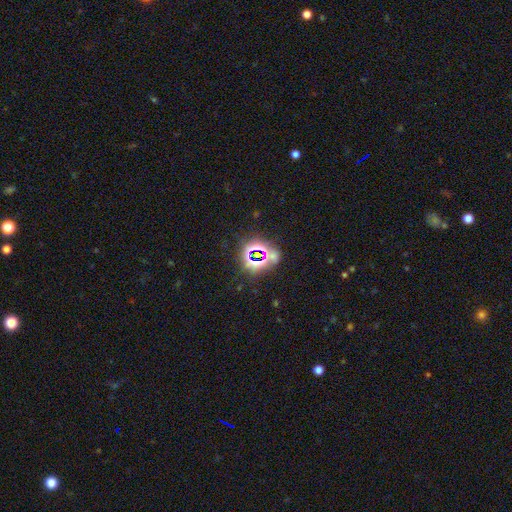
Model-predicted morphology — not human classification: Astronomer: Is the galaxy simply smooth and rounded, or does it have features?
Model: star or artifact — 71%.